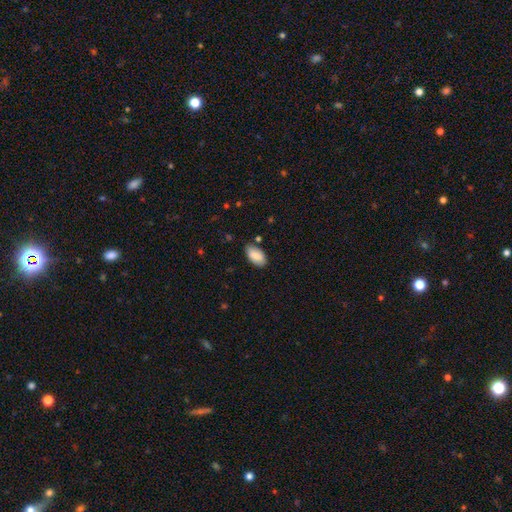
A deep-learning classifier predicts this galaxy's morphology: smooth 85%, featured or disk 8%, star or artifact 7%. Down the decision tree: how rounded — in between (95%); merging — none (80%).